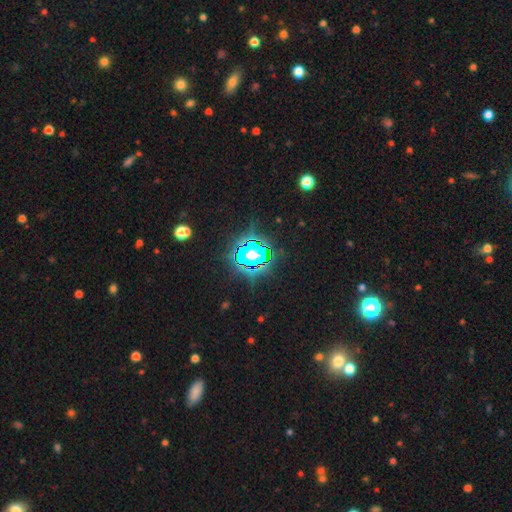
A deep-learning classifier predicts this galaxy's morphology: A star or artifact, not a galaxy (81%).

Vote fractions:
- Smooth or featured? star or artifact: 81% / smooth: 11% / featured or disk: 8%